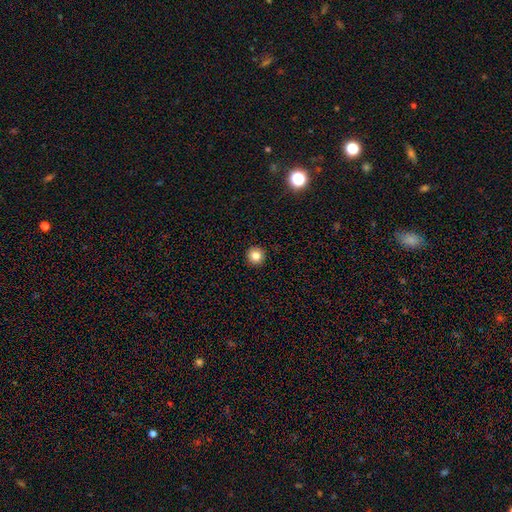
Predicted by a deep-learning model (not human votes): Smooth or featured? Predicted: smooth (p=0.83). How rounded? Predicted: round (p=0.95). Merging? Predicted: none (p=0.94).